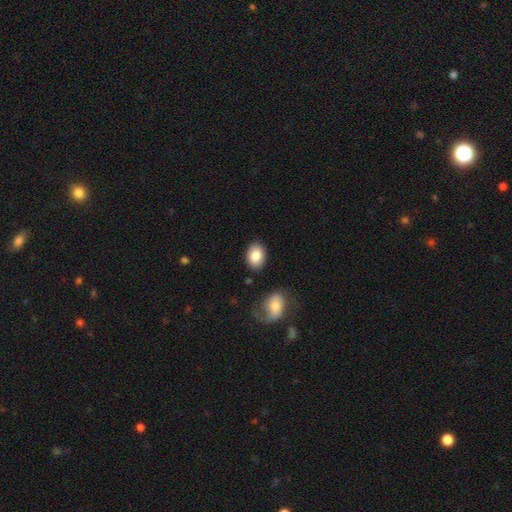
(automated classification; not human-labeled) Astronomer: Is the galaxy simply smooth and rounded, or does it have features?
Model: smooth — 85%.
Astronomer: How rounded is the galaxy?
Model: in between — 76%.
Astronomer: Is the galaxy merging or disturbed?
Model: none — 83%.